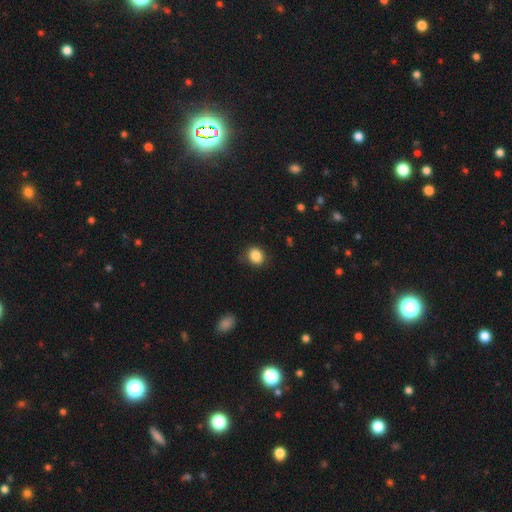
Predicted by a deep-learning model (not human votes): Smooth or featured? Predicted: smooth (p=0.86). How rounded? Predicted: round (p=0.69). Merging? Predicted: none (p=0.80).